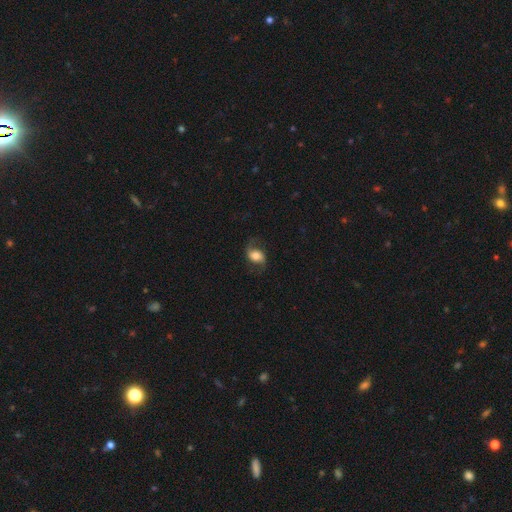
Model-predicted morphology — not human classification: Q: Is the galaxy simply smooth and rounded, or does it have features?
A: featured or disk — 57%.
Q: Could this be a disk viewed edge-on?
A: no — 95%.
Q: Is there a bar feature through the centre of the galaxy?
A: no — 54%.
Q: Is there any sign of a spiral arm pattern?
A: yes — 90%.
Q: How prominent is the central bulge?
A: large — 40%.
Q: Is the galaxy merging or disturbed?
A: none — 70%.